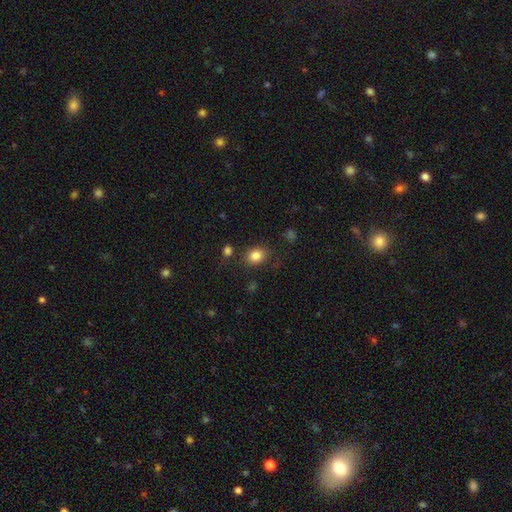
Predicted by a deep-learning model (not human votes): Smooth or featured?
  - smooth: 84% *
  - star or artifact: 10%
  - featured or disk: 6%
How rounded?
  - in between: 50% *
  - round: 49%
  - cigar-shaped: 1%
Merging?
  - none: 80% *
  - minor disturbance: 12%
  - major disturbance: 4%
  - merger: 4%